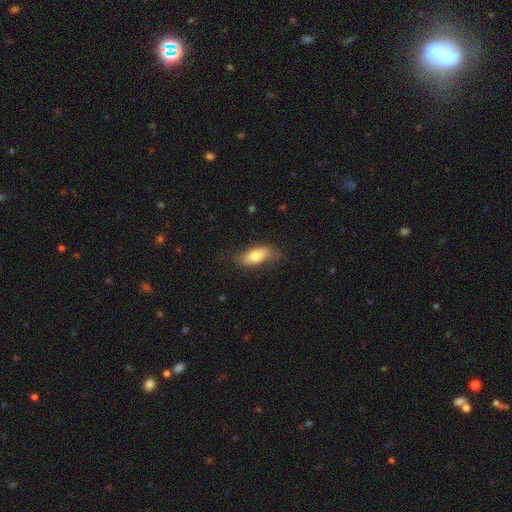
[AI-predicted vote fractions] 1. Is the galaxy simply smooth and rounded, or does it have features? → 75% smooth, 18% featured or disk, 7% star or artifact.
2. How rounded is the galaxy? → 80% in between, 16% cigar-shaped, 4% round.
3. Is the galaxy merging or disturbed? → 71% none, 22% minor disturbance, 6% major disturbance, 1% merger.